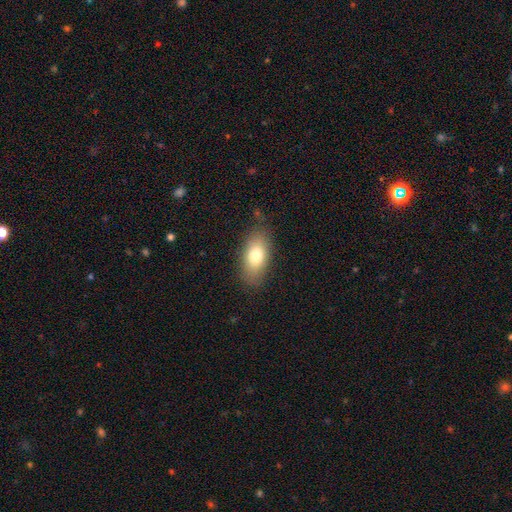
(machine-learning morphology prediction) Smooth or featured? smooth (76%)
How rounded? in between (88%)
Merging? none (82%)